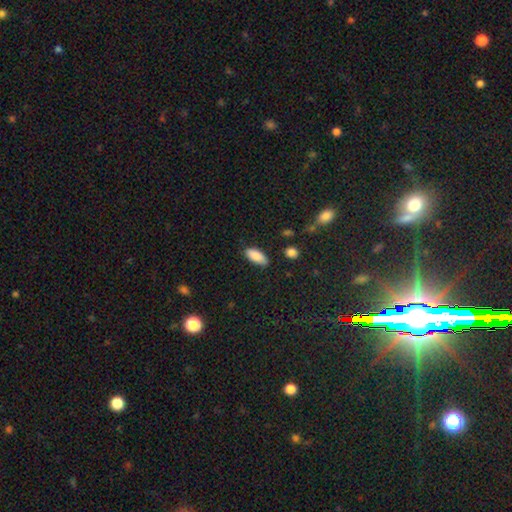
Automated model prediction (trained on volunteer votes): smooth-or-featured: smooth: 88% | star or artifact: 7% | featured or disk: 6%
  how-rounded: in between: 83% | cigar-shaped: 16% | round: 2%
  merging: none: 81% | minor disturbance: 14% | major disturbance: 3% | merger: 2%